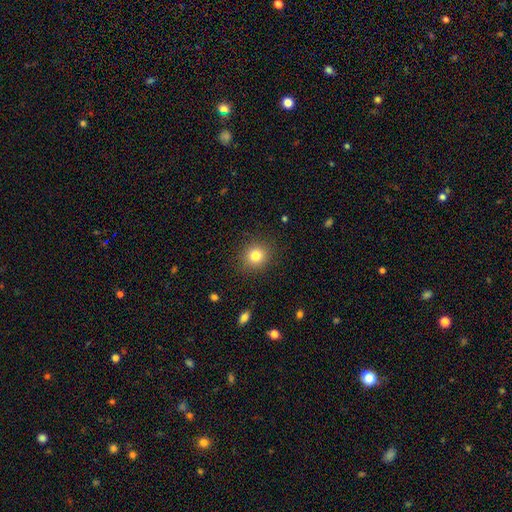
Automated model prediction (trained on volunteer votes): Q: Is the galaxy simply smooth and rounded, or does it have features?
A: smooth — 82%.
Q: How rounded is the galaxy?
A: round — 85%.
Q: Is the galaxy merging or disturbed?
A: none — 89%.